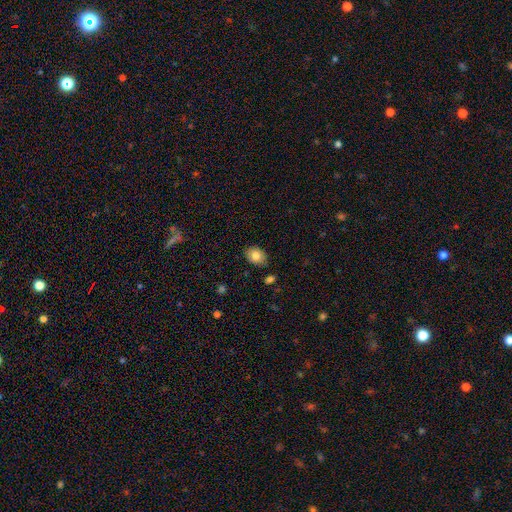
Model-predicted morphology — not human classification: Smooth or featured? smooth (82%)
How rounded? in between (68%)
Merging? none (84%)